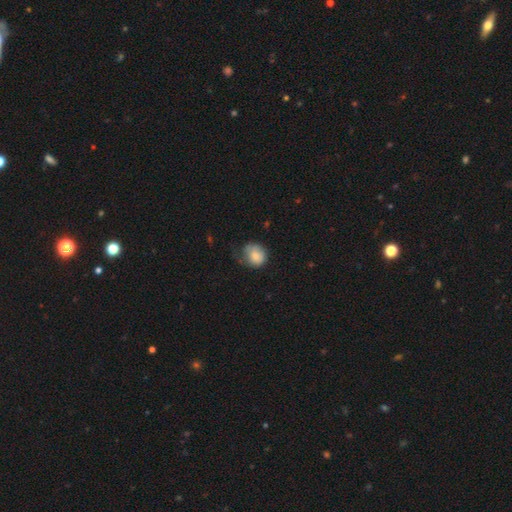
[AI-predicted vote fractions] smooth_or_featured: smooth (p=0.77) [alt: featured or disk p=0.15]
how_rounded: round (p=0.70) [alt: in between p=0.29]
merging: none (p=0.44) [alt: minor disturbance p=0.36]